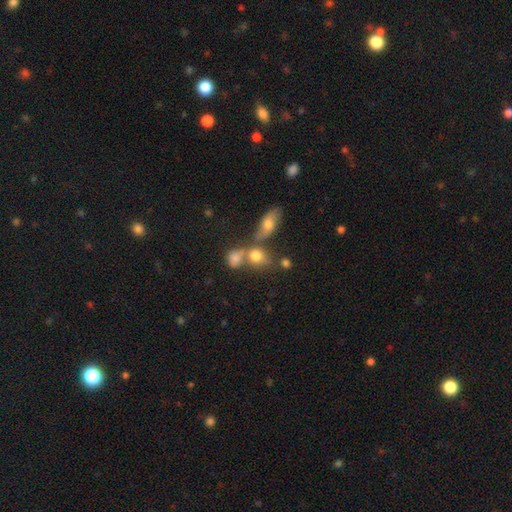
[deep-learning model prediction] Q: Smooth or featured?
A: smooth (75%); runner-up: featured or disk (13%)
Q: How rounded?
A: round (50%); runner-up: in between (46%)
Q: Merging?
A: merger (42%); runner-up: none (41%)